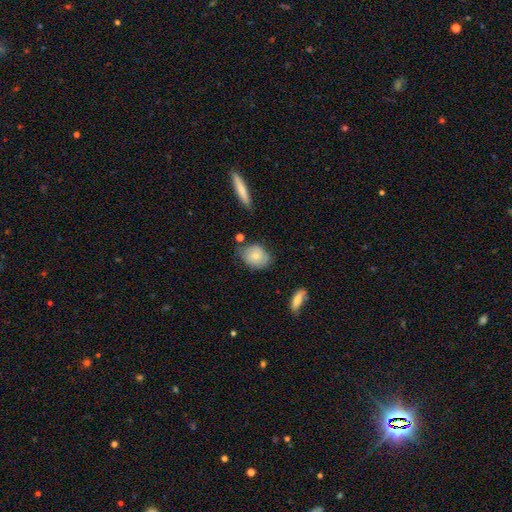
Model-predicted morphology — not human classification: This is likely a smooth galaxy (66%). How rounded: possibly in between (55%). Merging: likely none (63%).